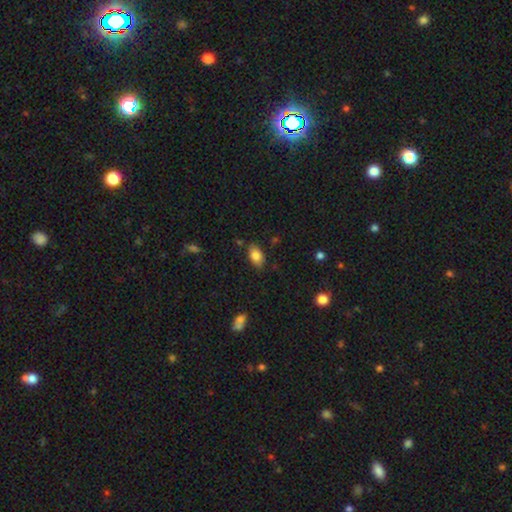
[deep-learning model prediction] Overall: smooth (82%). How rounded: in between (90%). Merging: none (80%).